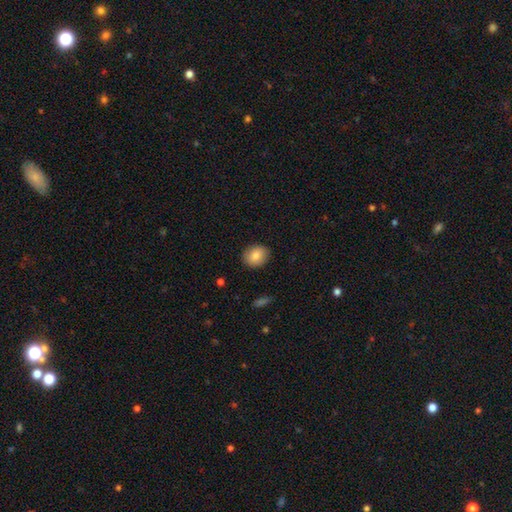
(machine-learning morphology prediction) Smooth or featured?
  - smooth: 83% *
  - featured or disk: 9%
  - star or artifact: 8%
How rounded?
  - round: 60% *
  - in between: 39%
  - cigar-shaped: 1%
Merging?
  - none: 88% *
  - minor disturbance: 9%
  - major disturbance: 2%
  - merger: 1%